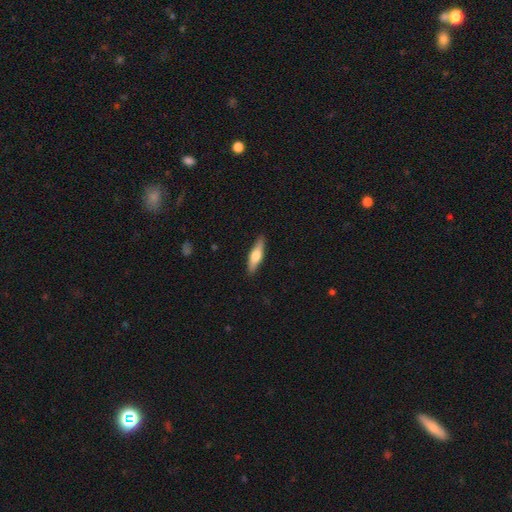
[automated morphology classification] Q: Smooth or featured?
A: smooth (53%); runner-up: featured or disk (42%)
Q: How rounded?
A: cigar-shaped (69%); runner-up: in between (29%)
Q: Merging?
A: none (90%); runner-up: minor disturbance (7%)